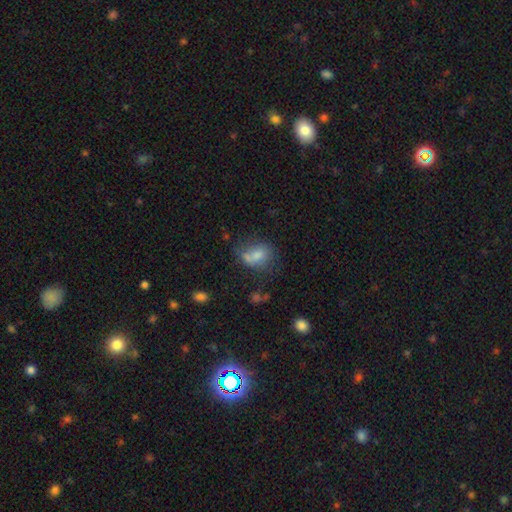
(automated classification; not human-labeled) Q: Smooth or featured?
A: smooth (70%); runner-up: featured or disk (18%)
Q: How rounded?
A: in between (57%); runner-up: round (41%)
Q: Merging?
A: none (40%); runner-up: merger (25%)